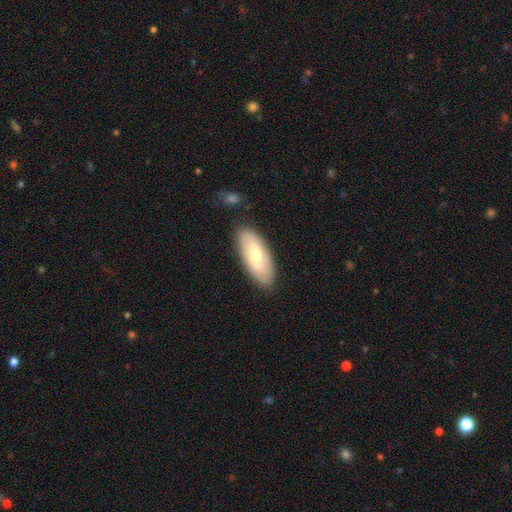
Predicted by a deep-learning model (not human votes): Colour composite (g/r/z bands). It shows a smooth galaxy with no disk features (54%) that is in between round and cigar-shaped (81%). Merging: none (85%).